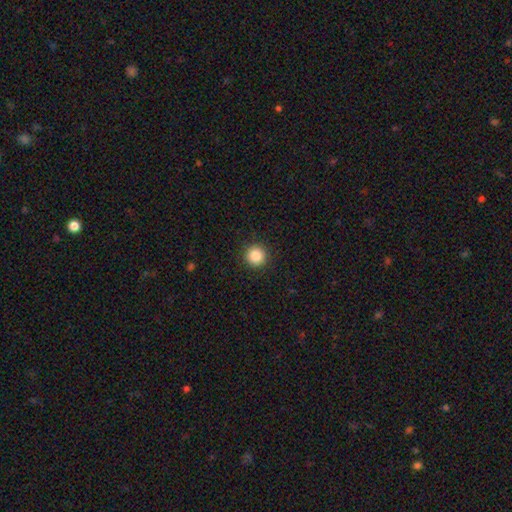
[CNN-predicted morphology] Smooth or featured? smooth (87%)
How rounded? round (96%)
Merging? none (92%)